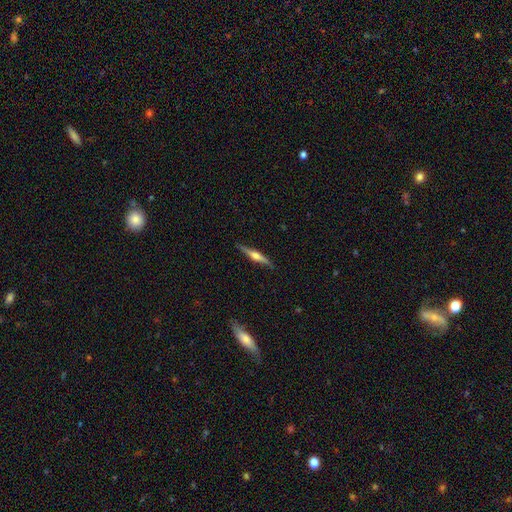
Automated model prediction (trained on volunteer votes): featured or disk 72%, smooth 23%, star or artifact 5%. Down the decision tree: edge-on disk — yes (97%); edge-on bulge — rounded (90%); merging — none (86%).